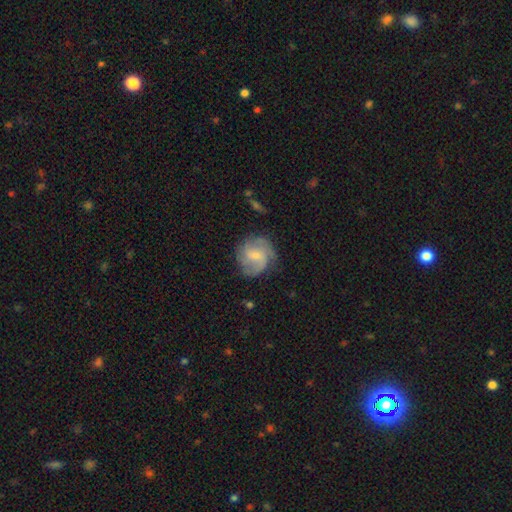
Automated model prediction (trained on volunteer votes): featured or disk 70%, smooth 23%, star or artifact 7%. Down the decision tree: edge-on disk — no (98%); bar — weak (52%); spiral arms — yes (93%); spiral arm count — 3 (30%, tied with 2); spiral winding — medium (47%); bulge size — small (60%); merging — none (70%).